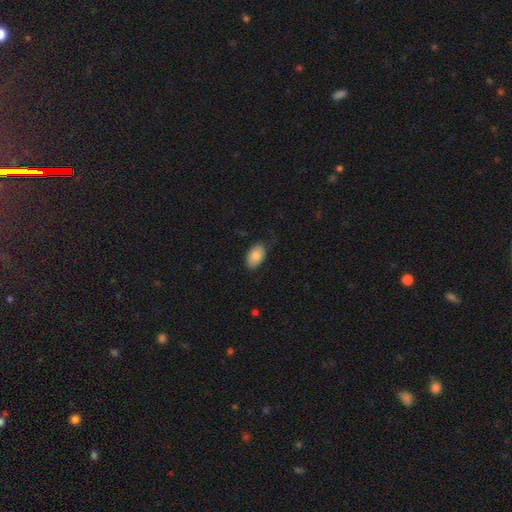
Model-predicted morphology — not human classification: Q: Smooth or featured?
A: smooth (84%); runner-up: featured or disk (9%)
Q: How rounded?
A: in between (93%); runner-up: round (6%)
Q: Merging?
A: none (80%); runner-up: minor disturbance (16%)